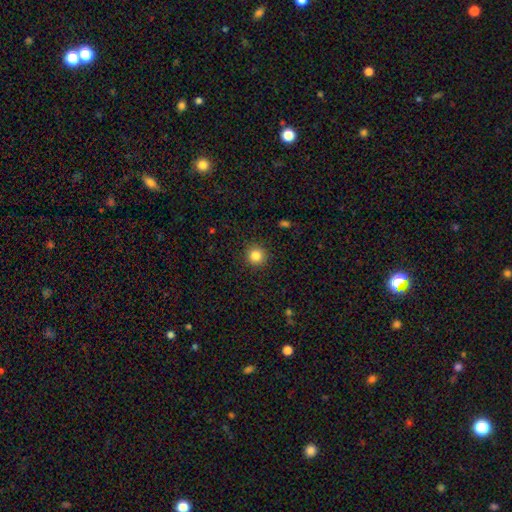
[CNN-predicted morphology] A smooth galaxy with no disk features (84%) that is round (94%). Merging: none (92%).